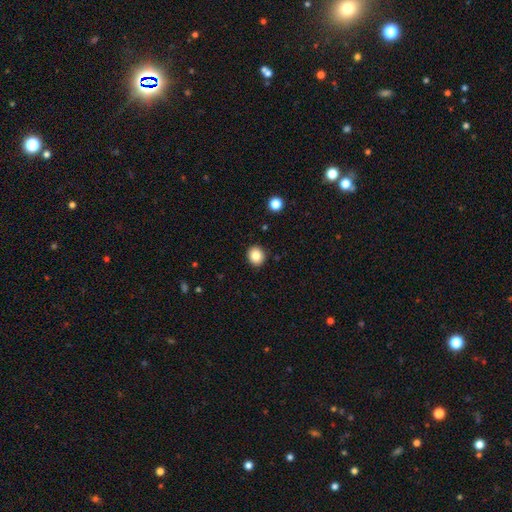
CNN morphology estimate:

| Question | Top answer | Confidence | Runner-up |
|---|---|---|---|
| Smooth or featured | smooth | 84% | star or artifact (10%) |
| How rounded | round | 83% | in between (16%) |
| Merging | none | 92% | minor disturbance (6%) |